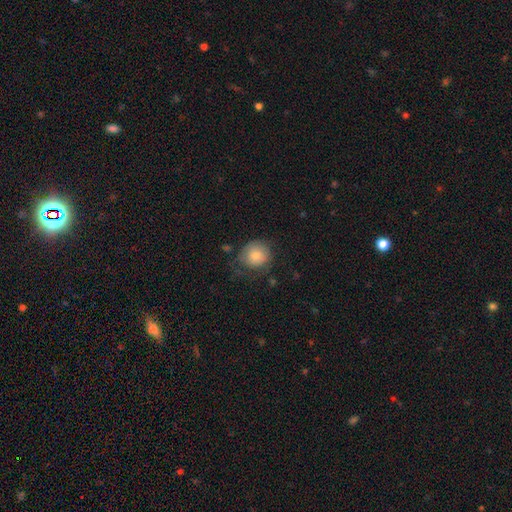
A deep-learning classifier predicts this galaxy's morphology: This is likely a smooth galaxy (80%). How rounded: clearly round (82%). Merging: possibly none (57%).